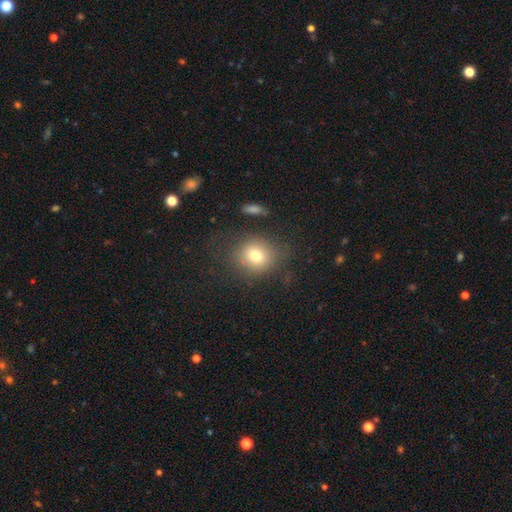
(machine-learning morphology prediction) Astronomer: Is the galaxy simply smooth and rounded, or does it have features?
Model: smooth — 75%.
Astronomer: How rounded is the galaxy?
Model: round — 73%.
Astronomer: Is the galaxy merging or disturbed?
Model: none — 74%.